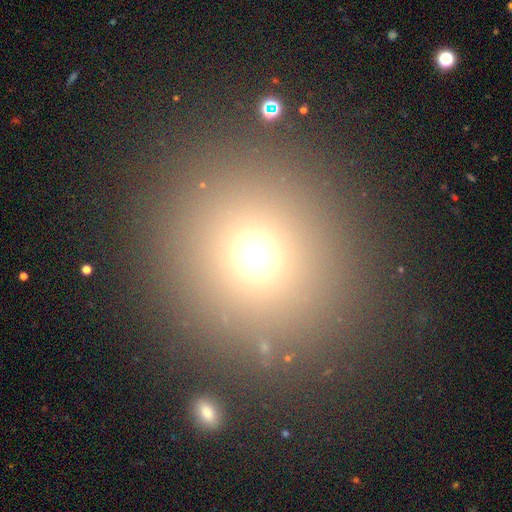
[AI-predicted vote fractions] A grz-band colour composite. It shows a smooth galaxy with no disk features (69%) that is round (89%). Merging: none (87%).